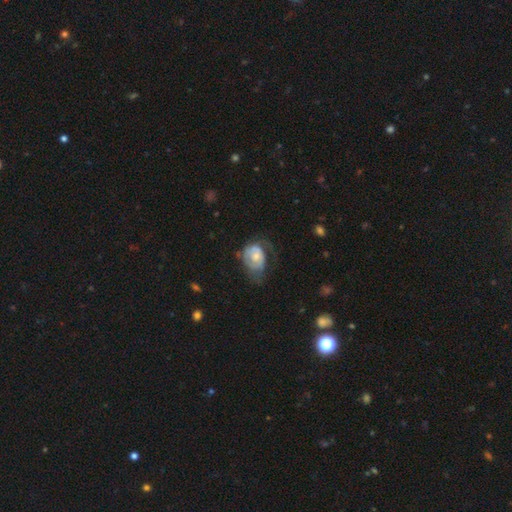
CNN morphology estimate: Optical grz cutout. It shows a featured or disk galaxy (50%). Merging: major disturbance (38%).